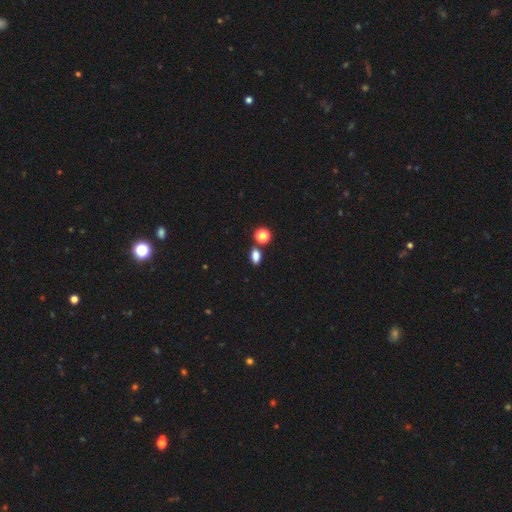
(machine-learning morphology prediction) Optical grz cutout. It shows a smooth galaxy with no disk features (82%) that is in between round and cigar-shaped (82%). Merging: none (75%).